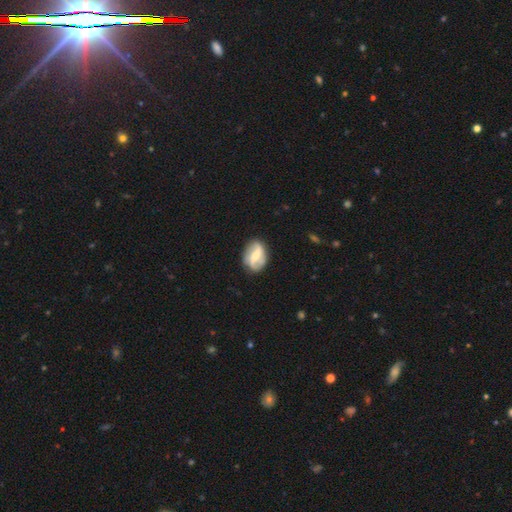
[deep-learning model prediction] Smooth or featured? featured or disk (69%)
Edge-on disk? no (96%)
Bar? strong (50%)
Spiral arms? yes (81%)
Spiral winding? loose (60%)
Spiral arm count? 2 (83%)
Bulge size? small (39%)
Merging? none (77%)